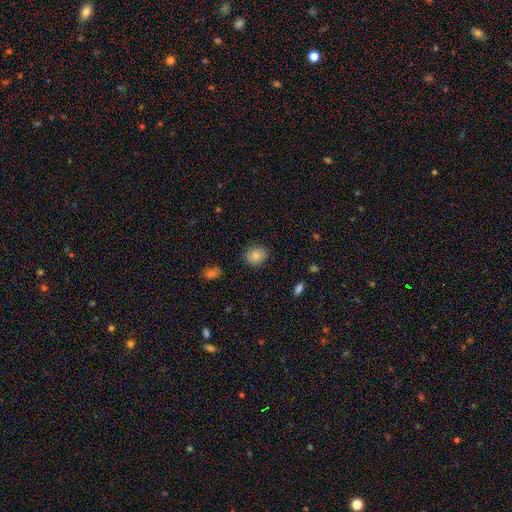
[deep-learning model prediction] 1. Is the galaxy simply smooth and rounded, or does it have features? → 85% smooth, 9% star or artifact, 6% featured or disk.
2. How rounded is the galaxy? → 76% round, 23% in between, 1% cigar-shaped.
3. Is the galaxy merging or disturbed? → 88% none, 8% minor disturbance, 2% major disturbance, 1% merger.